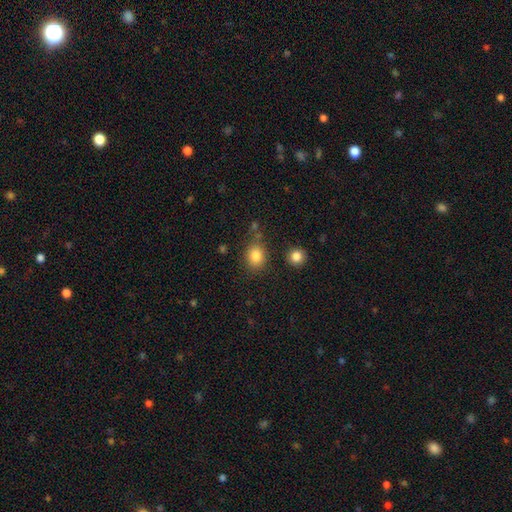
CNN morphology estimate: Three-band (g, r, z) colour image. It shows a smooth galaxy with no disk features (84%) that is round (55%). Merging: none (77%).